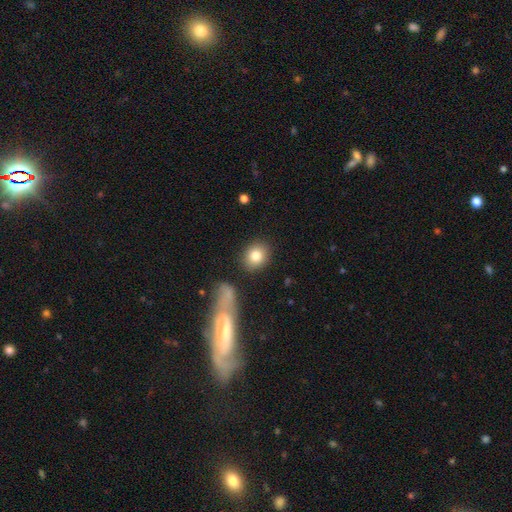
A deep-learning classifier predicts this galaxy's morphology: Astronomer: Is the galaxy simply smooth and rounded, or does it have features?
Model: smooth — 82%.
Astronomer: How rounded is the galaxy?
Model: round — 68%.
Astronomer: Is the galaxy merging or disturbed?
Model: none — 83%.